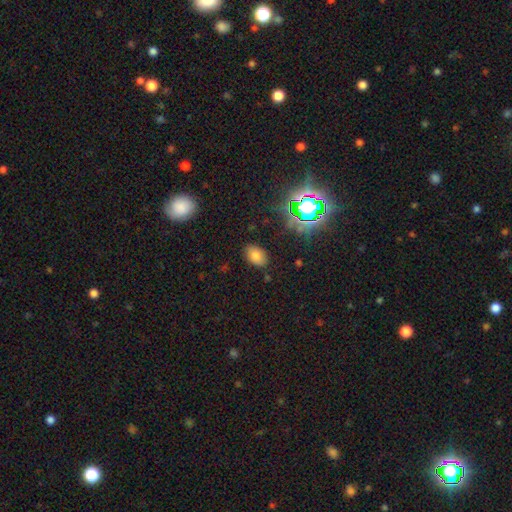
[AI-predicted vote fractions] Overall: smooth (72%). How rounded: in between (85%). Merging: none (84%).